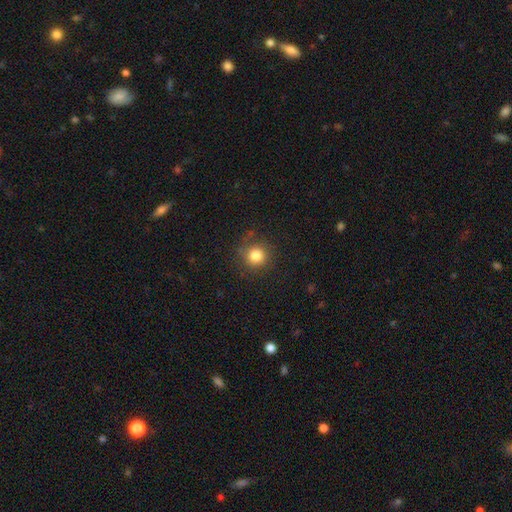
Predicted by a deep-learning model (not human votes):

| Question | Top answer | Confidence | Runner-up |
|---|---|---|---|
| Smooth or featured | smooth | 82% | star or artifact (12%) |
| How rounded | round | 93% | in between (6%) |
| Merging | none | 83% | minor disturbance (11%) |